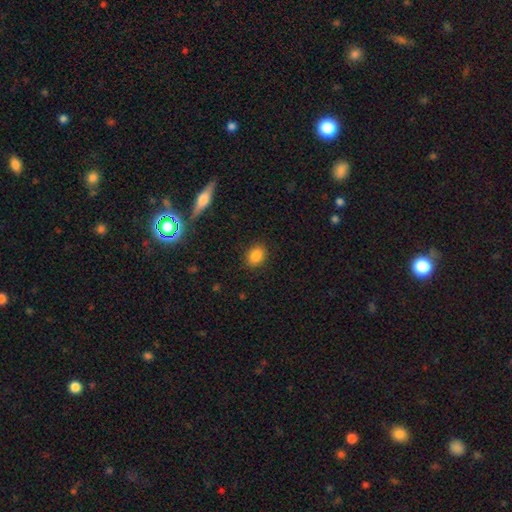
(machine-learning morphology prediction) A smooth galaxy with no disk features (85%) that is in between round and cigar-shaped (57%). Merging: none (88%).